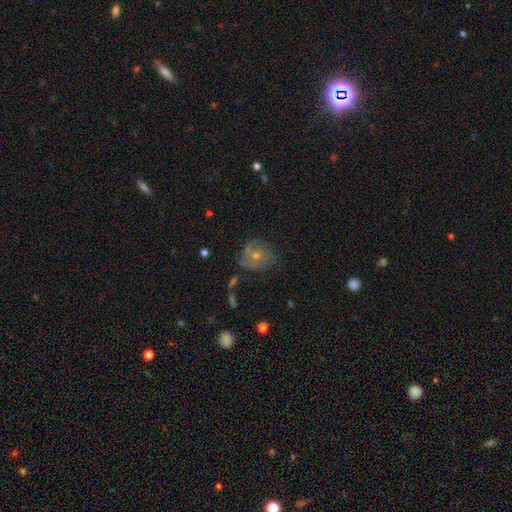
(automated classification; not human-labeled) Smooth or featured? Predicted: featured or disk (p=0.67). Edge-on disk? Predicted: no (p=0.97). Bar? Predicted: no (p=0.76). Spiral arms? Predicted: yes (p=0.87). Spiral winding? Predicted: tight (p=0.50). Spiral arm count? Predicted: can't tell (p=0.31). Bulge size? Predicted: moderate (p=0.52). Merging? Predicted: none (p=0.66).